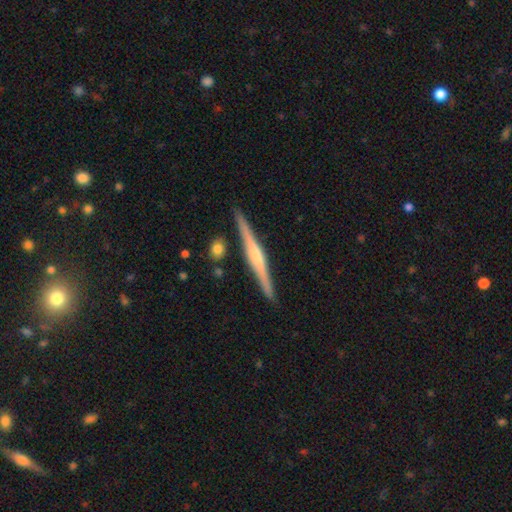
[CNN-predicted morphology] smooth_or_featured: featured or disk (p=0.72) [alt: smooth p=0.23]
disk_edge_on: yes (p=0.98) [alt: no p=0.02]
edge_on_bulge: rounded (p=0.60) [alt: boxy p=0.20]
merging: none (p=0.90) [alt: minor disturbance p=0.07]